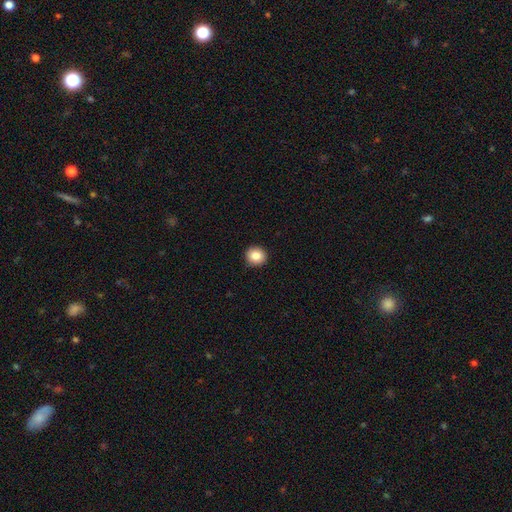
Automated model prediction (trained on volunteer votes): Smooth or featured? smooth (85%)
How rounded? round (91%)
Merging? none (92%)